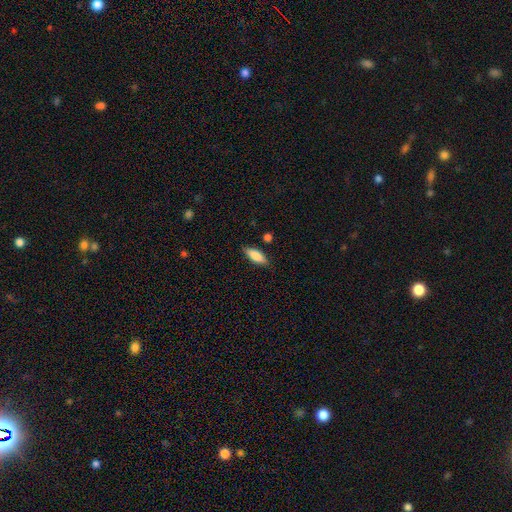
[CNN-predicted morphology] This appears to be a smooth galaxy with no disk features (85%) that is in between round and cigar-shaped (73%). Merging: none (83%).